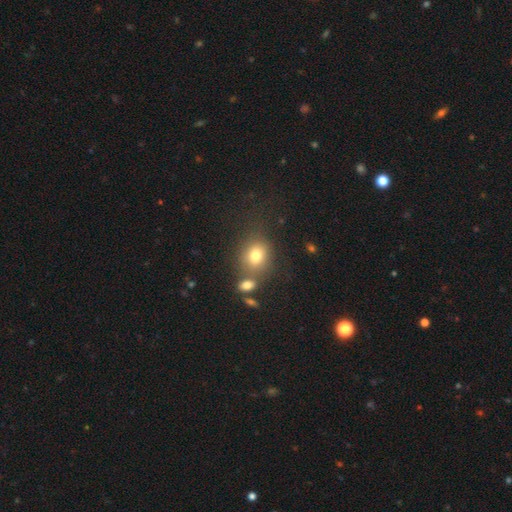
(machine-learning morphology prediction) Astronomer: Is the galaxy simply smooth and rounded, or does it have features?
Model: smooth — 76%.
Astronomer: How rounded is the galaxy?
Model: round — 59% (runner-up: in between, 40%).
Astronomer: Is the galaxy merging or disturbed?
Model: none — 63%.